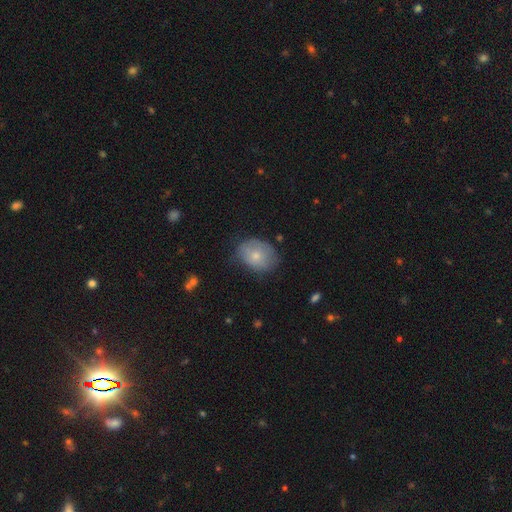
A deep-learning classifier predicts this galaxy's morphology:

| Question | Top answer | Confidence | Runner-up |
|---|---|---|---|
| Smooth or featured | smooth | 71% | featured or disk (22%) |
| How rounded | in between | 67% | round (32%) |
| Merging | none | 61% | minor disturbance (29%) |